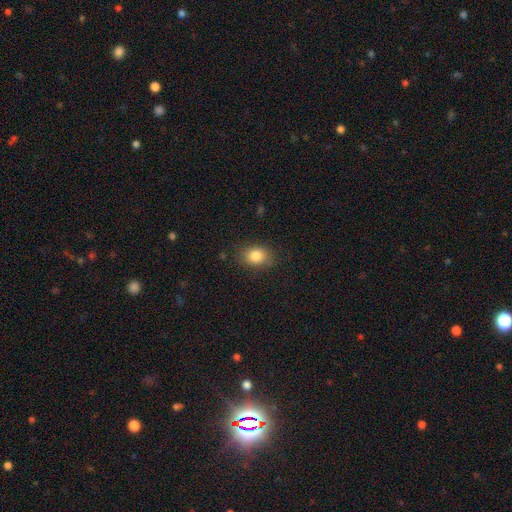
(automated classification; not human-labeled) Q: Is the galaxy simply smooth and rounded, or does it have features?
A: smooth — 84%.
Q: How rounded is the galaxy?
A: in between — 61%.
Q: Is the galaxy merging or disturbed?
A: none — 83%.